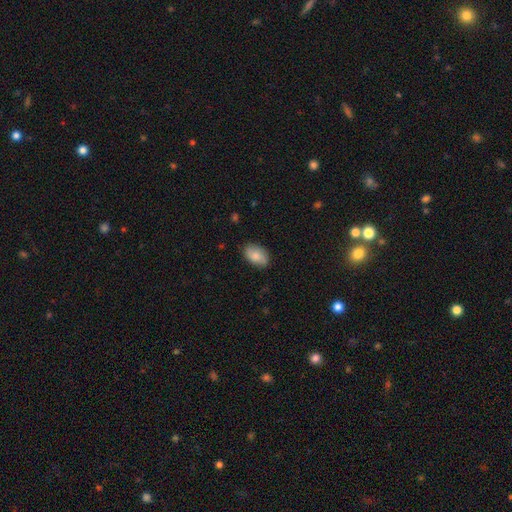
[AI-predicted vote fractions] The model was most divided on "smooth or featured": smooth: 80%, featured or disk: 14%, star or artifact: 6%. More confident: how rounded — in between (91%); merging — none (83%).